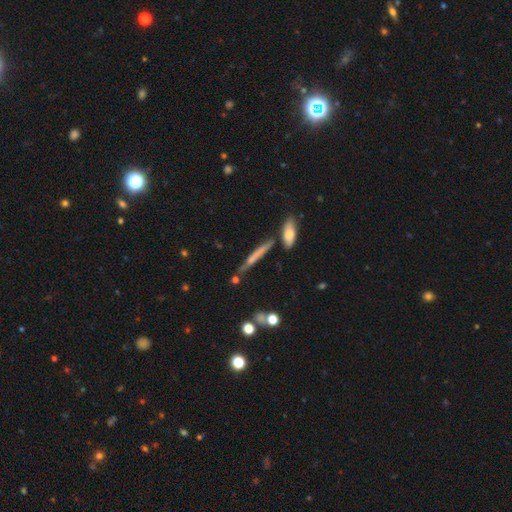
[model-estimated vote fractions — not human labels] A featured or disk galaxy (51%) viewed edge-on (90%).

Vote fractions:
- Smooth or featured? featured or disk: 51% / smooth: 32% / star or artifact: 17%
- Edge-on disk? yes: 90% / no: 10%
- Merging? none: 74% / minor disturbance: 12% / merger: 10% / major disturbance: 5%